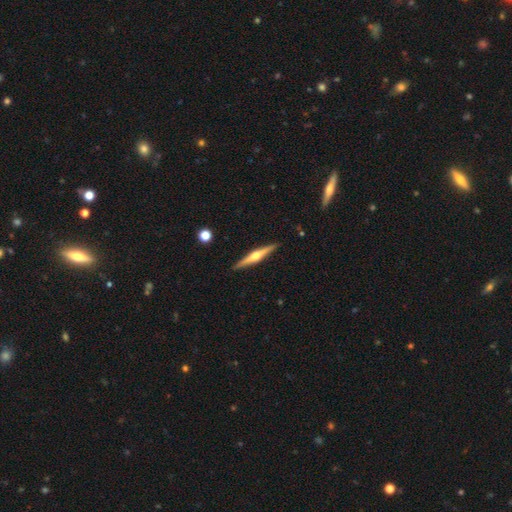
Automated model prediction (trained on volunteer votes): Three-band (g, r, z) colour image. It shows a featured or disk galaxy (76%) viewed edge-on (98%) with a rounded central bulge (94%). Merging: none (91%).